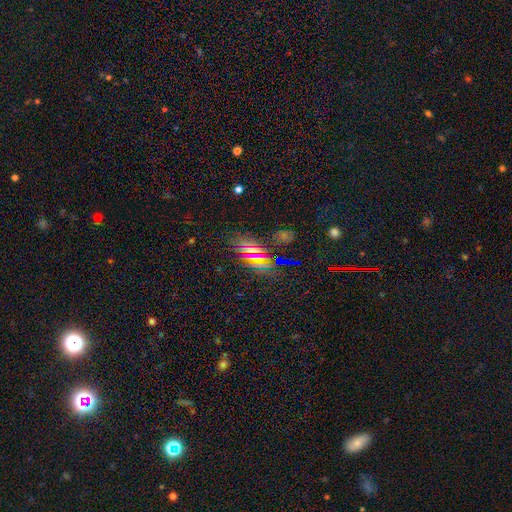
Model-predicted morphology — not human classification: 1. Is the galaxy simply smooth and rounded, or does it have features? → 50% star or artifact, 36% smooth, 14% featured or disk.